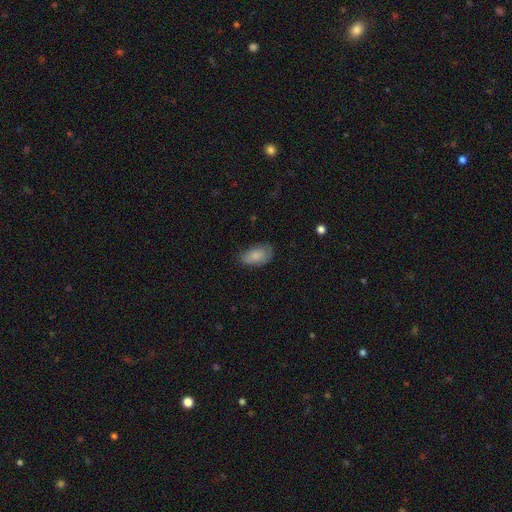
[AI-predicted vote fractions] Q: Smooth or featured?
A: smooth (83%); runner-up: featured or disk (10%)
Q: How rounded?
A: in between (93%); runner-up: round (4%)
Q: Merging?
A: none (66%); runner-up: minor disturbance (26%)